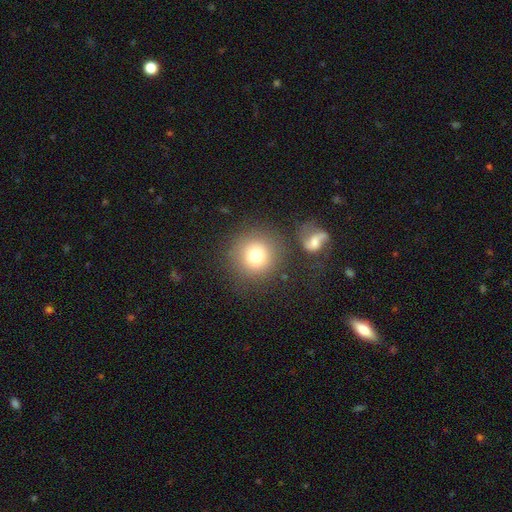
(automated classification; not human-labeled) smooth-or-featured: smooth: 78% | featured or disk: 12% | star or artifact: 11%
  how-rounded: round: 93% | in between: 6% | cigar-shaped: 1%
  merging: none: 76% | minor disturbance: 10% | merger: 9% | major disturbance: 5%